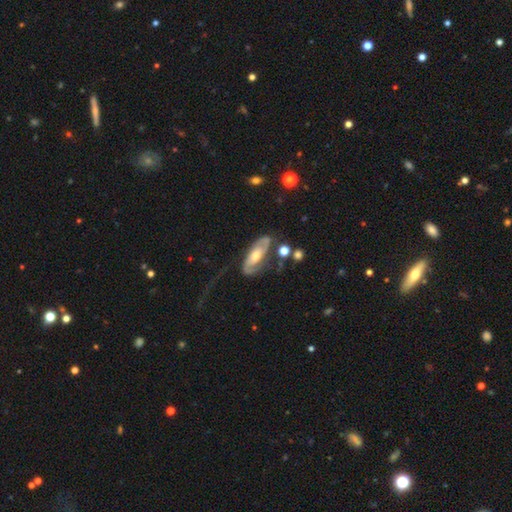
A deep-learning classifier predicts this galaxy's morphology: smooth_or_featured: featured or disk (p=0.74) [alt: smooth p=0.21]
disk_edge_on: no (p=0.88) [alt: yes p=0.12]
bar: no (p=0.53) [alt: weak p=0.30]
has_spiral_arms: yes (p=0.86) [alt: no p=0.14]
spiral_winding: medium (p=0.40) [alt: tight p=0.36]
spiral_arm_count: 2 (p=0.72) [alt: can't tell p=0.15]
bulge_size: moderate (p=0.63) [alt: small p=0.26]
merging: none (p=0.54) [alt: minor disturbance p=0.20]